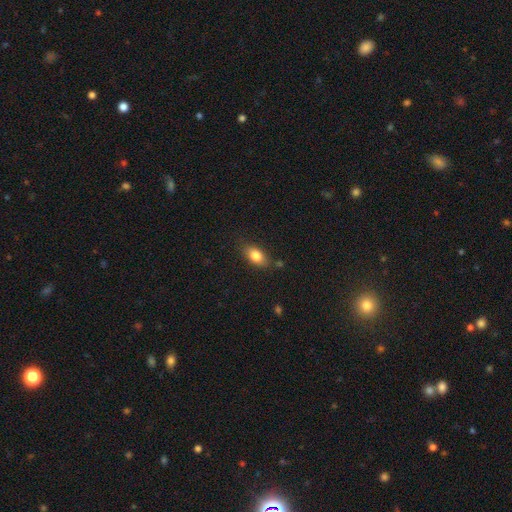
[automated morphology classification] The model was most divided on "merging": none: 78%, minor disturbance: 16%, major disturbance: 3%, merger: 3%. More confident: how rounded — in between (86%); smooth or featured — smooth (82%).